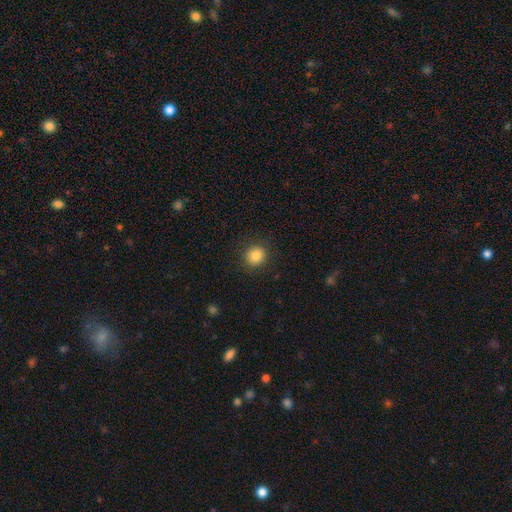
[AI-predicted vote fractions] smooth-or-featured: smooth: 84% | star or artifact: 10% | featured or disk: 6%
  how-rounded: round: 88% | in between: 11% | cigar-shaped: 1%
  merging: none: 90% | minor disturbance: 7% | major disturbance: 2% | merger: 1%